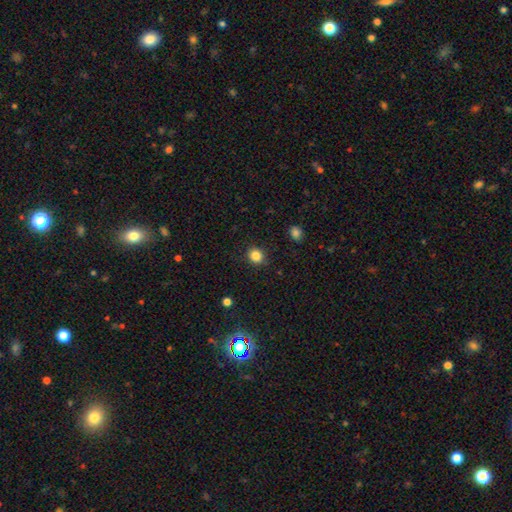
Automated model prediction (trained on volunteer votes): Smooth or featured: smooth — 84% (star or artifact — 11%)
How rounded: round — 79% (in between — 20%)
Merging: none — 89% (minor disturbance — 8%)